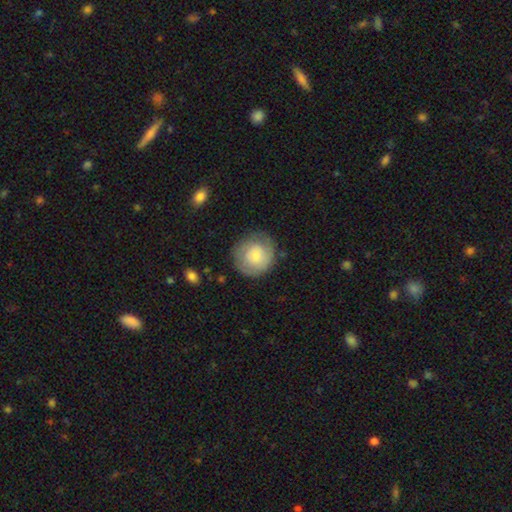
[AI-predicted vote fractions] Morphology: type=smooth (56%); roundness=round (91%); merging=none (77%).